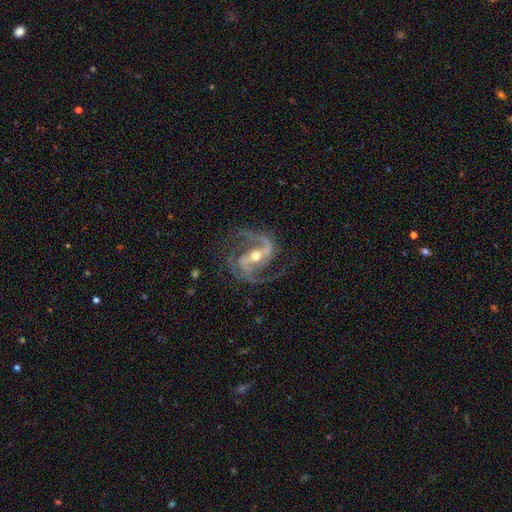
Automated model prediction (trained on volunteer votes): A featured or disk galaxy (93%) with a strong bar (56%), 2 (86%) medium (60%) spiral arms (98%) and a moderate central bulge (57%).

Vote fractions:
- Smooth or featured? featured or disk: 93% / star or artifact: 5% / smooth: 2%
- Edge-on disk? no: 97% / yes: 3%
- Bar? strong: 56% / weak: 29% / no: 15%
- Spiral arms? yes: 98% / no: 2%
- Spiral winding? medium: 60% / loose: 23% / tight: 17%
- Spiral arm count? 2: 86% / 3: 7% / can't tell: 2% / 1: 2% / 4: 2% / more than 4: 1%
- Bulge size? moderate: 57% / small: 39% / large: 2% / none: 1% / dominant: 1%
- Merging? none: 76% / minor disturbance: 15% / major disturbance: 8% / merger: 1%